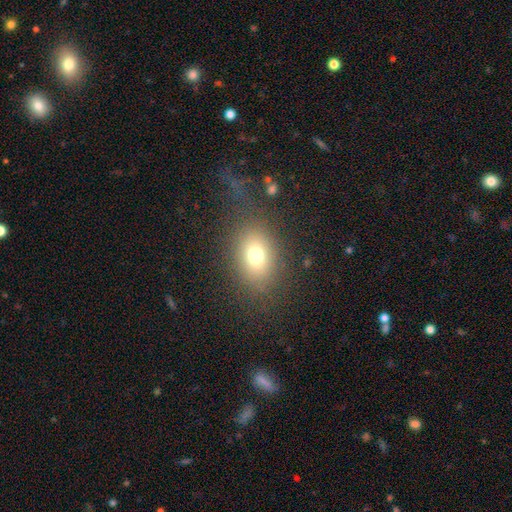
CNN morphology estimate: This is likely a smooth galaxy (74%). How rounded: likely in between (66%). Merging: likely none (75%).